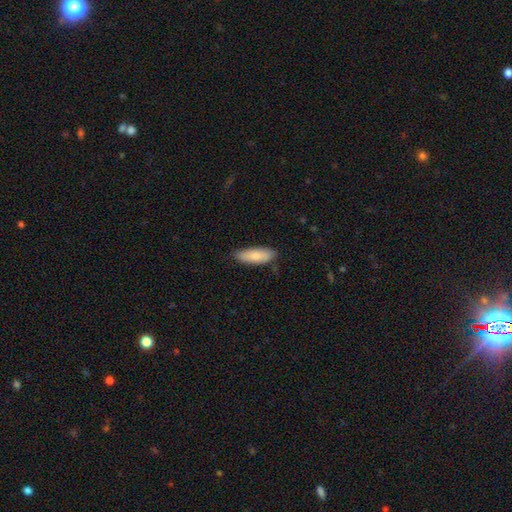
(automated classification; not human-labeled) Smooth or featured?
  - smooth: 82% *
  - featured or disk: 12%
  - star or artifact: 5%
How rounded?
  - in between: 62% *
  - cigar-shaped: 36%
  - round: 2%
Merging?
  - none: 80% *
  - minor disturbance: 16%
  - major disturbance: 3%
  - merger: 1%